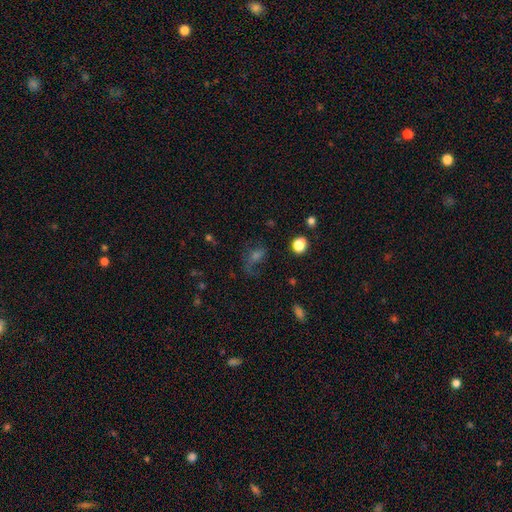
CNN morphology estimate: A featured or disk galaxy (36%, tied with smooth).

Vote fractions:
- Smooth or featured? featured or disk: 36% (tied) / smooth: 36% (tied) / star or artifact: 28%
- Merging? none: 47% / major disturbance: 31% / minor disturbance: 19% / merger: 3%